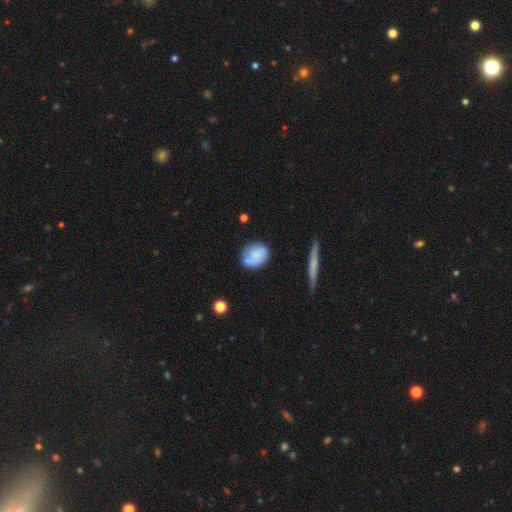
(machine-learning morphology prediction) Q: Smooth or featured?
A: smooth (70%); runner-up: featured or disk (22%)
Q: How rounded?
A: round (56%); runner-up: in between (43%)
Q: Merging?
A: none (60%); runner-up: minor disturbance (24%)